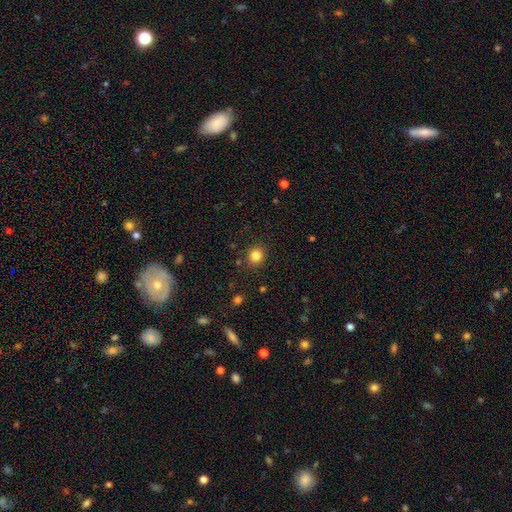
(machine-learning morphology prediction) This is clearly a smooth galaxy (83%). How rounded: clearly round (84%). Merging: clearly none (88%).